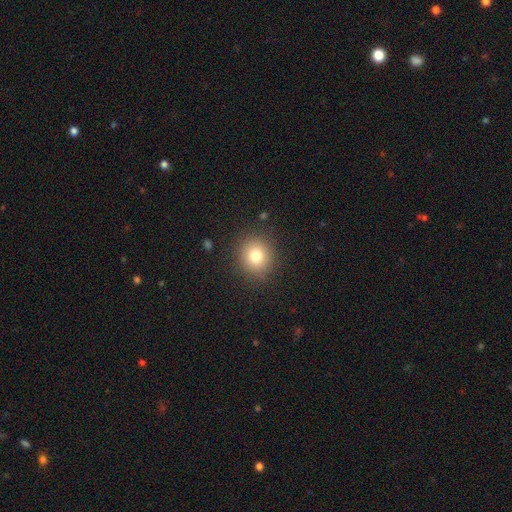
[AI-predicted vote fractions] Smooth or featured: smooth — 79% (star or artifact — 12%)
How rounded: round — 86% (in between — 13%)
Merging: none — 89% (minor disturbance — 7%)